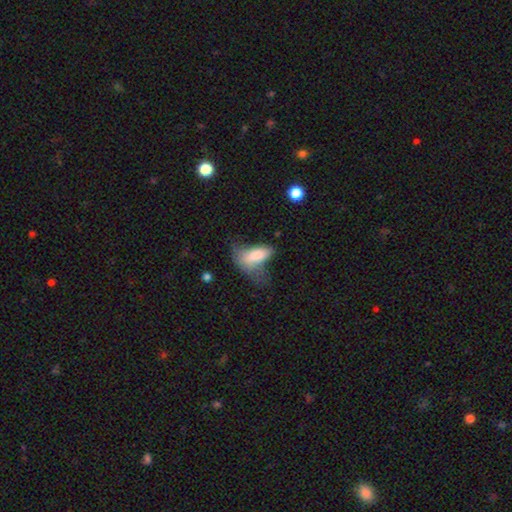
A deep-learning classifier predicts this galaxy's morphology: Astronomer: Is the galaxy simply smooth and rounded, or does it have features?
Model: smooth — 72%.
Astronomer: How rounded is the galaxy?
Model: in between — 89%.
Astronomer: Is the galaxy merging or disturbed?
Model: major disturbance — 50% (runner-up: minor disturbance, 28%).